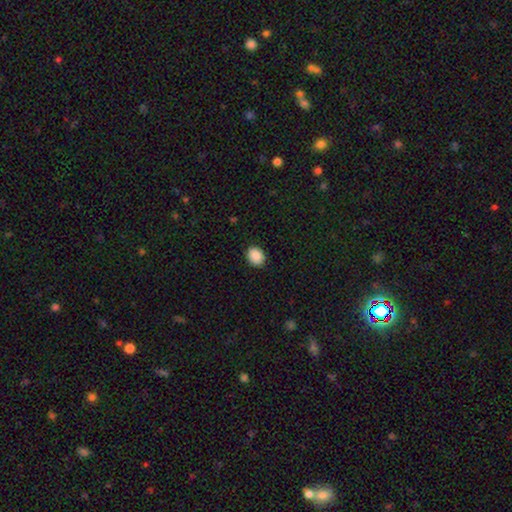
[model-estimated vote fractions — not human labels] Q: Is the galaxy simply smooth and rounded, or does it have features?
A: smooth — 89%.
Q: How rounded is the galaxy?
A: in between — 53%.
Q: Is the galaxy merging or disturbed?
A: none — 89%.